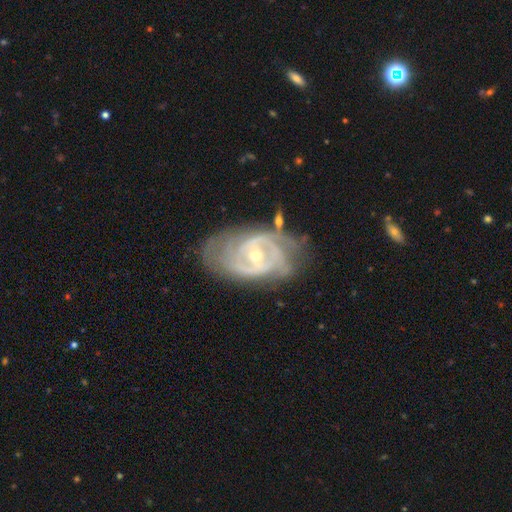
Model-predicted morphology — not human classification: Smooth or featured: featured or disk — 89% (smooth — 6%)
Edge-on disk: no — 96% (yes — 4%)
Bar: weak — 45% (no — 30%)
Spiral arms: yes — 94% (no — 6%)
Spiral winding: tight — 58% (medium — 34%)
Spiral arm count: 2 — 44% (can't tell — 24%)
Bulge size: small — 56% (moderate — 41%)
Merging: none — 60% (minor disturbance — 24%)